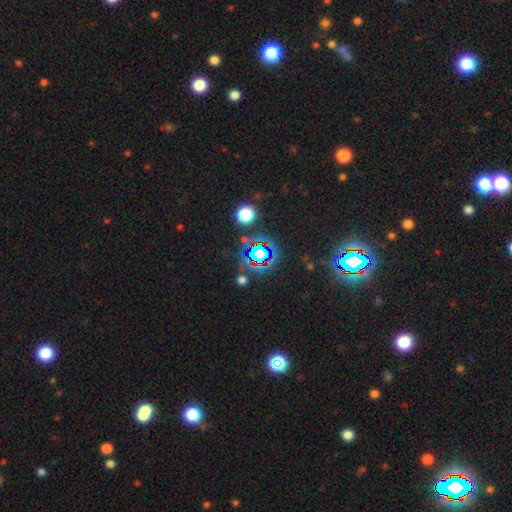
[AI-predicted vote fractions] This is likely a star or artifact rather than a galaxy (76%).